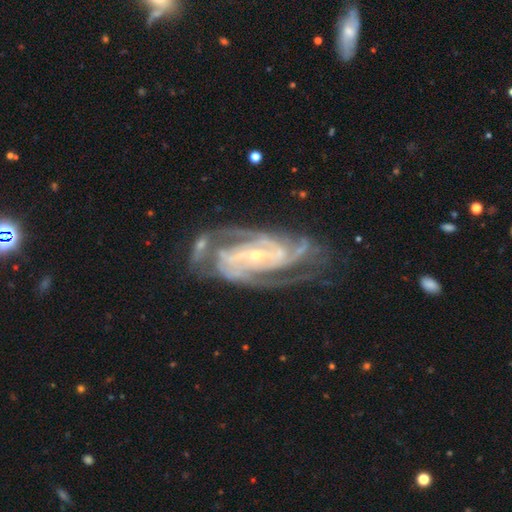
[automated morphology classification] Smooth or featured? featured or disk (91%)
Edge-on disk? no (96%)
Bar? no (38%)
Spiral arms? yes (98%)
Spiral winding? tight (54%)
Spiral arm count? 3 (29%)
Bulge size? small (76%)
Merging? none (62%)